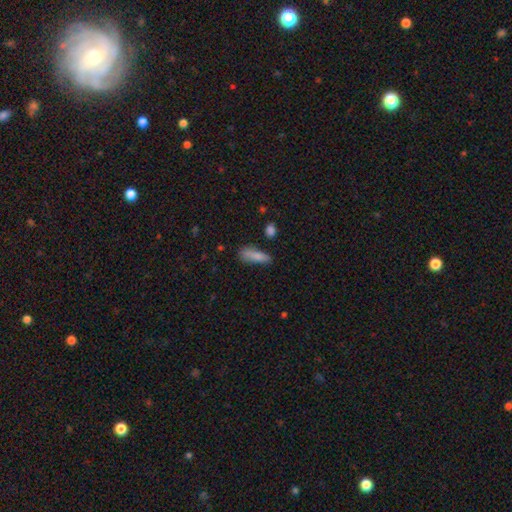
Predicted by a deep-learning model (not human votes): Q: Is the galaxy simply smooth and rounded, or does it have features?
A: smooth — 81%.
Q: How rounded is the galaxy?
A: cigar-shaped — 56%.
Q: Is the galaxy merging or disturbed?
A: none — 62%.